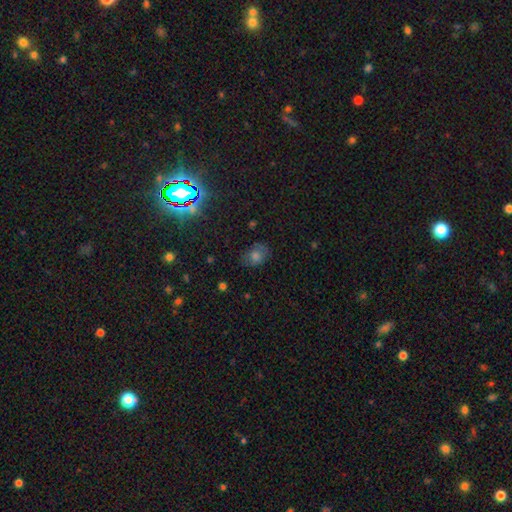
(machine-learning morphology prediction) smooth 55%, star or artifact 27%, featured or disk 18%. Down the decision tree: how rounded — in between (61%); merging — none (72%).